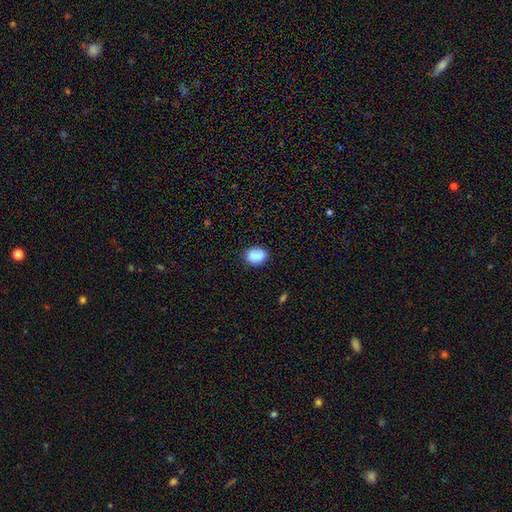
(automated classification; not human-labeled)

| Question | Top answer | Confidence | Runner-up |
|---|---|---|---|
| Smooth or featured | smooth | 81% | featured or disk (10%) |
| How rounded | in between | 64% | round (34%) |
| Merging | none | 59% | merger (18%) |